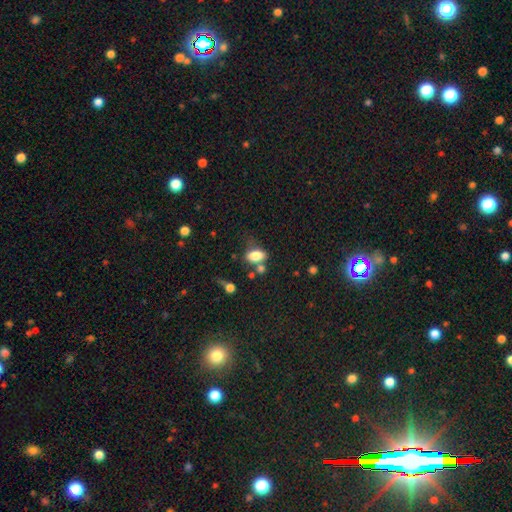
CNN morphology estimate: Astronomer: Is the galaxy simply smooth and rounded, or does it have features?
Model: smooth — 81%.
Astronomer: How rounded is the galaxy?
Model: in between — 88%.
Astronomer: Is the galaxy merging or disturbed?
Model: none — 46% (runner-up: minor disturbance, 22%).